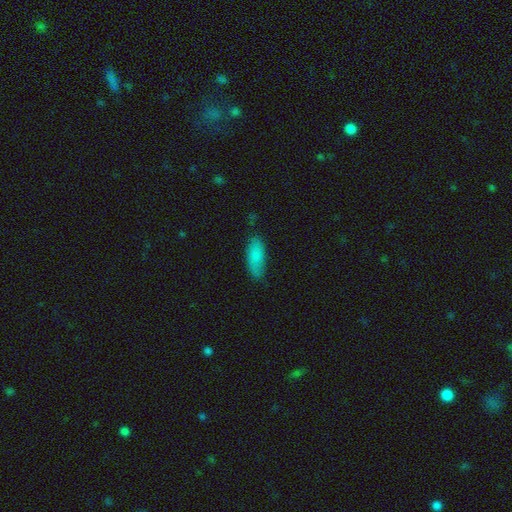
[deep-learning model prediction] Q: Smooth or featured?
A: smooth (83%); runner-up: featured or disk (10%)
Q: How rounded?
A: in between (71%); runner-up: cigar-shaped (27%)
Q: Merging?
A: none (78%); runner-up: minor disturbance (17%)